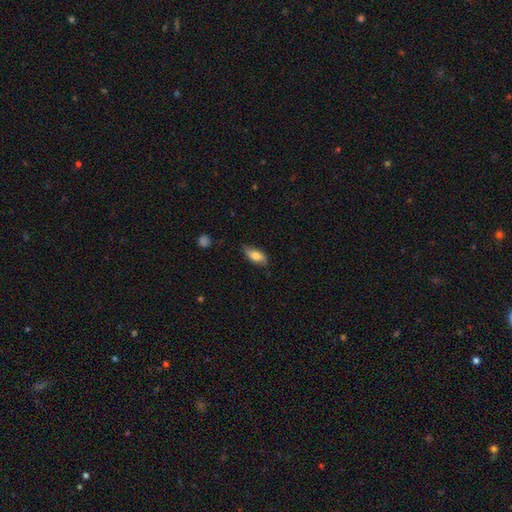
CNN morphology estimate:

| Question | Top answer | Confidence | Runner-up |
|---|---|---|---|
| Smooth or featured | smooth | 76% | featured or disk (17%) |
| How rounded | in between | 83% | cigar-shaped (14%) |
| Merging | none | 76% | minor disturbance (19%) |